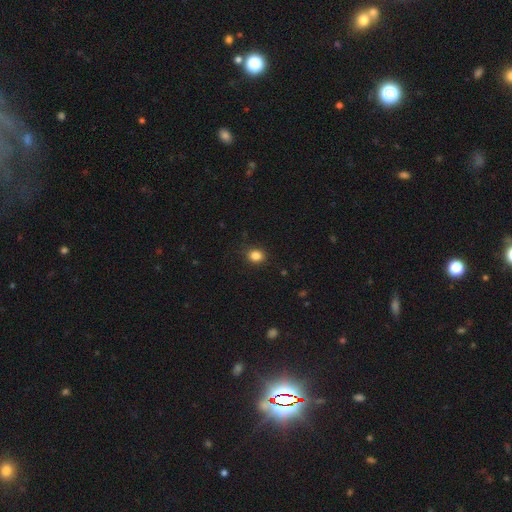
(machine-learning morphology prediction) Smooth or featured? smooth (85%)
How rounded? round (62%)
Merging? none (86%)